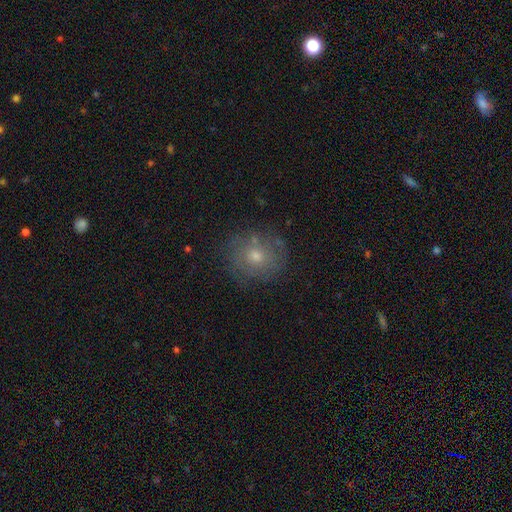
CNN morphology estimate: Smooth or featured? smooth (57%)
How rounded? round (80%)
Merging? none (75%)